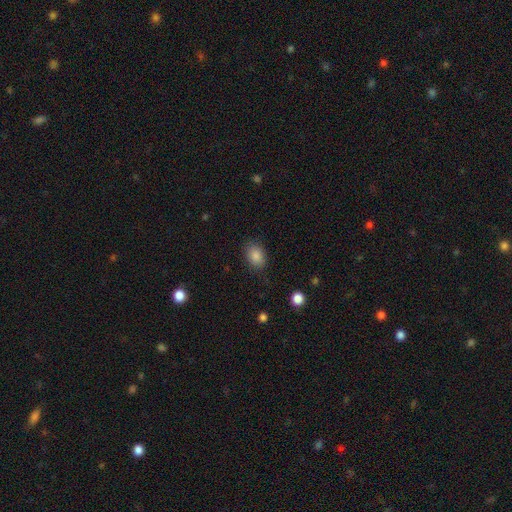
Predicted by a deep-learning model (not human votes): The model was most divided on "how rounded": in between: 72%, round: 27%, cigar-shaped: 1%. More confident: smooth or featured — smooth (86%); merging — none (83%).